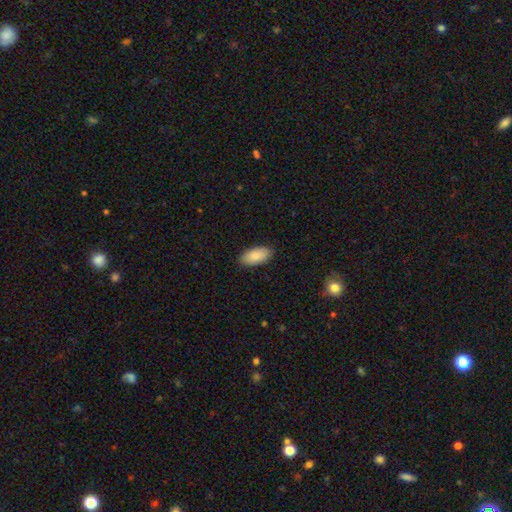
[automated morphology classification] A smooth galaxy with no disk features (87%) that is in between round and cigar-shaped (93%). Merging: none (89%).